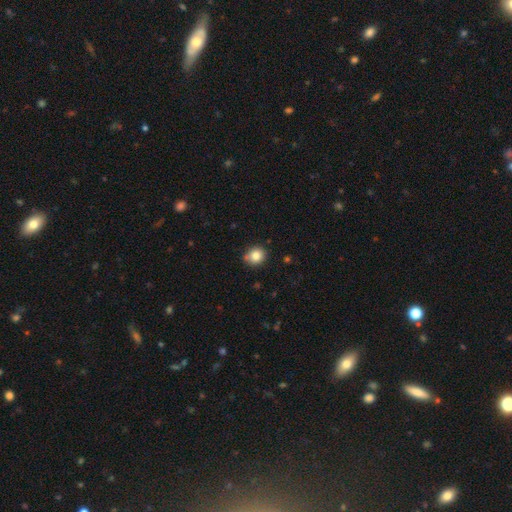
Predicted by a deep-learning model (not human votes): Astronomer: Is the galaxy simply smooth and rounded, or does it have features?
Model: smooth — 84%.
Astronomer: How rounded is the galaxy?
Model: round — 86%.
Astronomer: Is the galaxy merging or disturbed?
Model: none — 80%.